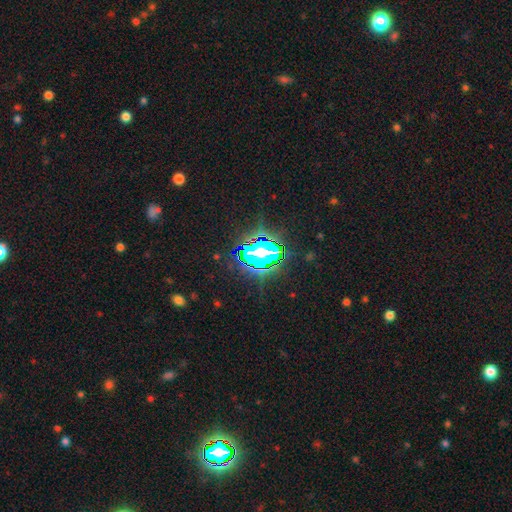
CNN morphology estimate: Smooth or featured?
  - star or artifact: 67% *
  - smooth: 18%
  - featured or disk: 15%